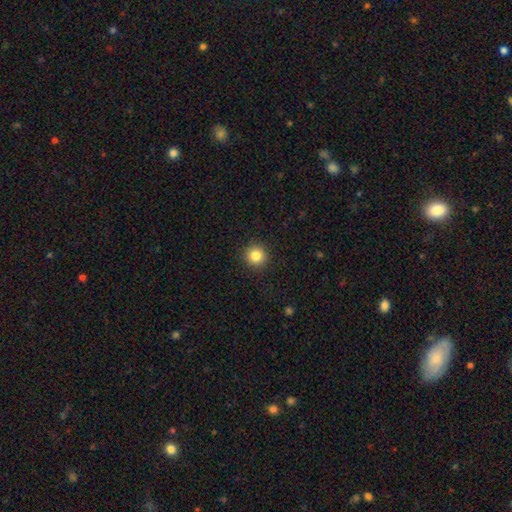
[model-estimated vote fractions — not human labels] The model was most divided on "smooth or featured": smooth: 85%, star or artifact: 11%, featured or disk: 5%. More confident: how rounded — round (95%); merging — none (92%).